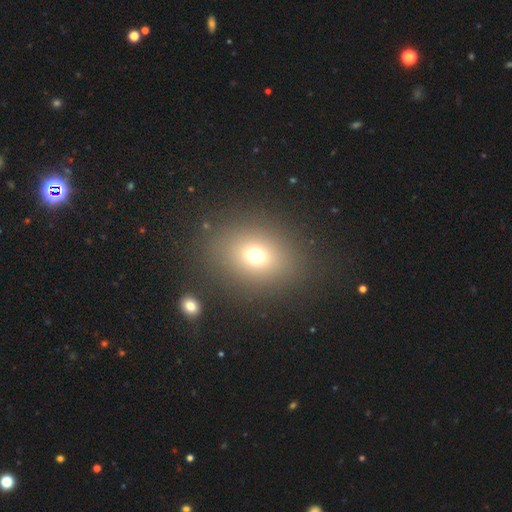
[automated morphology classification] smooth_or_featured: smooth (p=0.69) [alt: star or artifact p=0.20]
how_rounded: round (p=0.51) [alt: in between p=0.48]
merging: none (p=0.83) [alt: minor disturbance p=0.08]